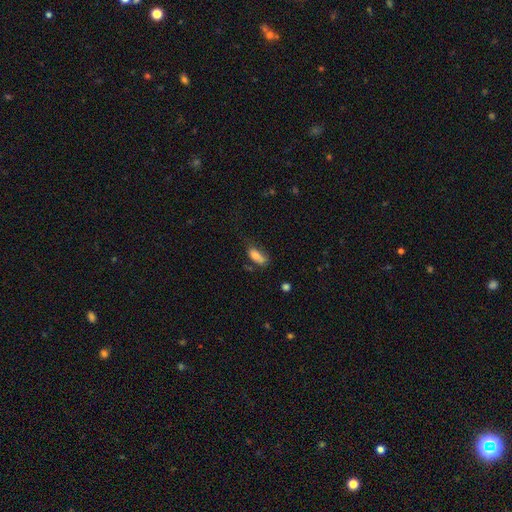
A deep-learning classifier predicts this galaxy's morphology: A smooth galaxy with no disk features (79%) that is in between round and cigar-shaped (81%). Merging: none (47%).